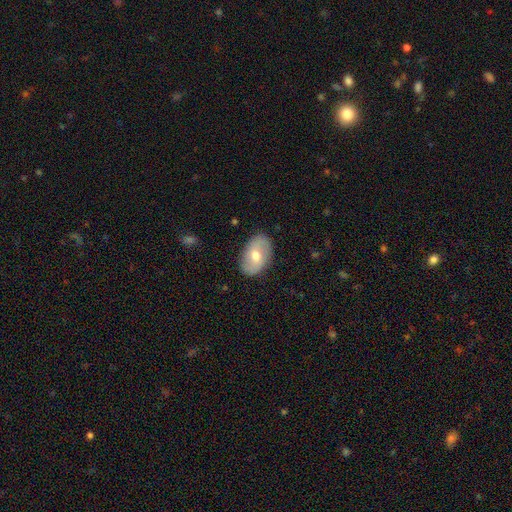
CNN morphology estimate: type=smooth (55%); roundness=in between (90%); merging=none (85%).